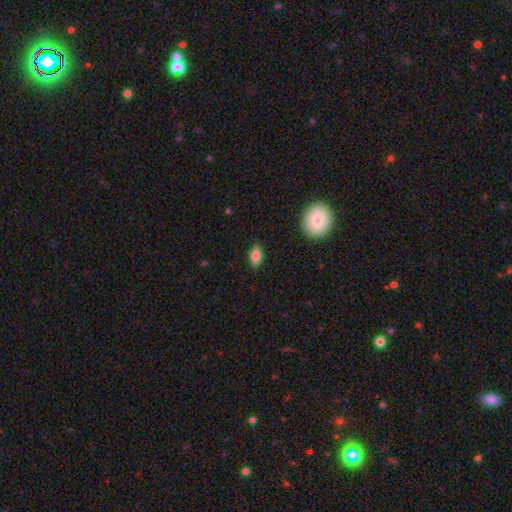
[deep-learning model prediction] smooth_or_featured: smooth (p=0.83) [alt: featured or disk p=0.09]
how_rounded: in between (p=0.89) [alt: round p=0.07]
merging: none (p=0.86) [alt: minor disturbance p=0.11]